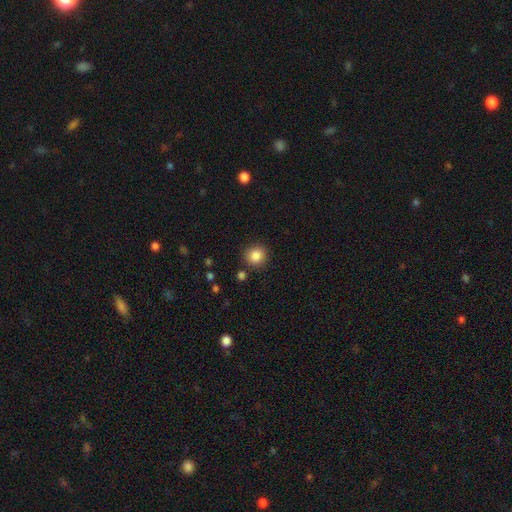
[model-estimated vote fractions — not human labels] A smooth galaxy with no disk features (85%) that is round (91%). Merging: none (87%).